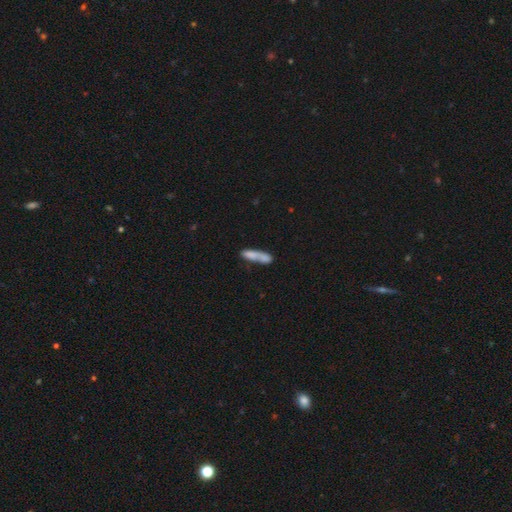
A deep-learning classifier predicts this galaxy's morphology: Smooth or featured? smooth (72%)
How rounded? cigar-shaped (71%)
Merging? none (43%)